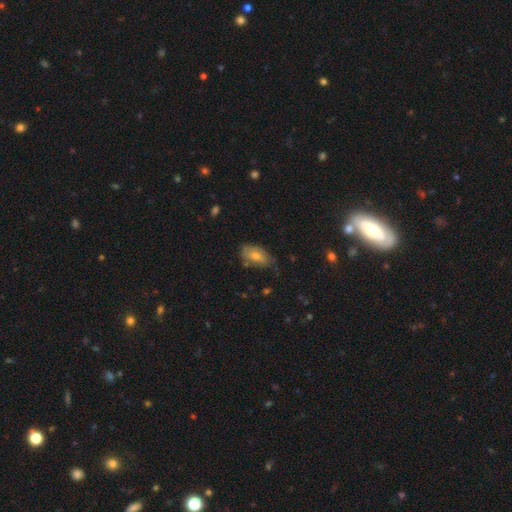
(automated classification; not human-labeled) Overall: smooth (64%). How rounded: in between (89%). Merging: none (67%).